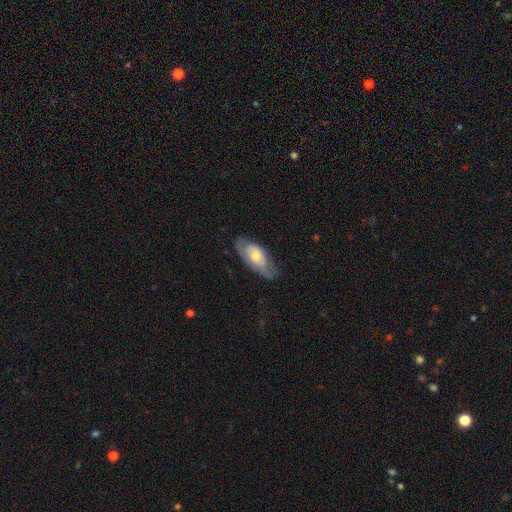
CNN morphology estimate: The model was most divided on "smooth or featured": featured or disk: 50%, smooth: 45%, star or artifact: 6%. More confident: merging — none (59%).